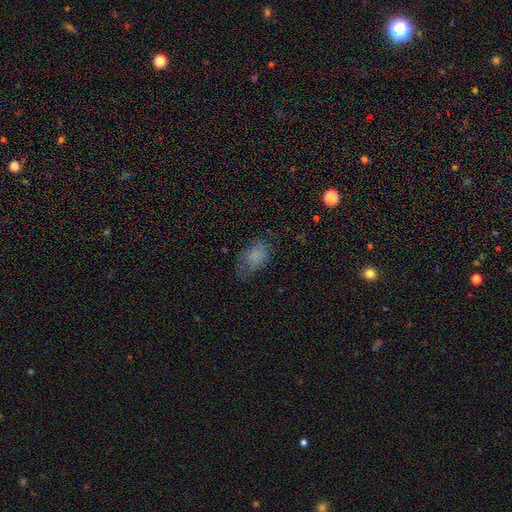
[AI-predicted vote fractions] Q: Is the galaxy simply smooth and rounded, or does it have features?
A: smooth — 71%.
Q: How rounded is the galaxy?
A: in between — 89%.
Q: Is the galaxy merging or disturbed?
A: none — 55%.